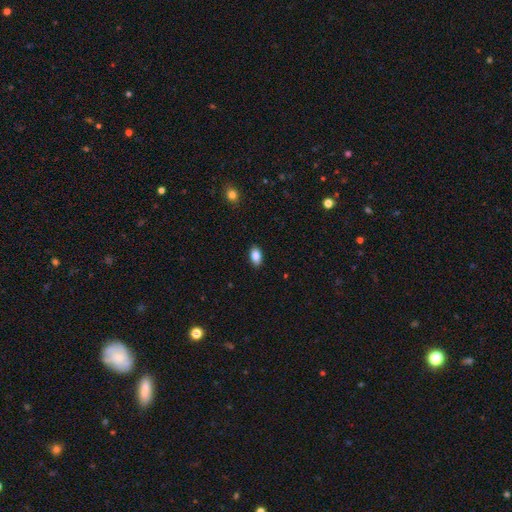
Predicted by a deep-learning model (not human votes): This appears to be a smooth galaxy with no disk features (86%) that is in between round and cigar-shaped (90%). Merging: none (89%).